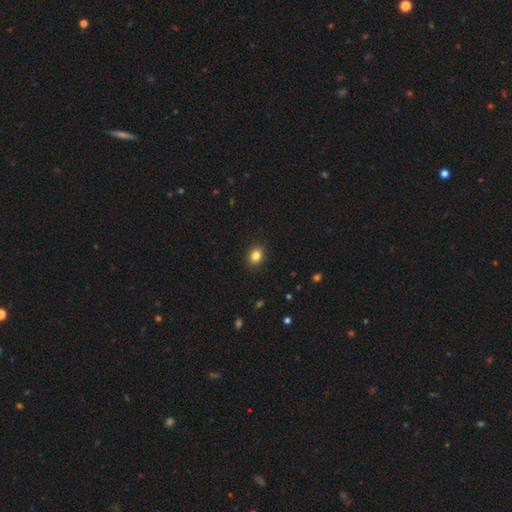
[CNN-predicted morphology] Smooth or featured? Predicted: smooth (p=0.83). How rounded? Predicted: round (p=0.60). Merging? Predicted: none (p=0.91).